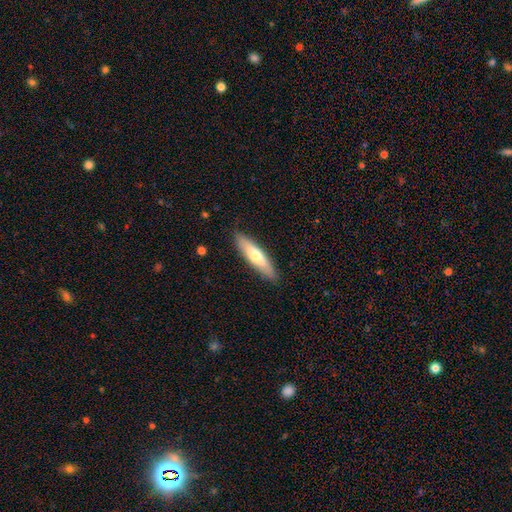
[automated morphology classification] Q: Smooth or featured?
A: smooth (62%); runner-up: featured or disk (33%)
Q: How rounded?
A: cigar-shaped (75%); runner-up: in between (23%)
Q: Merging?
A: none (88%); runner-up: minor disturbance (9%)